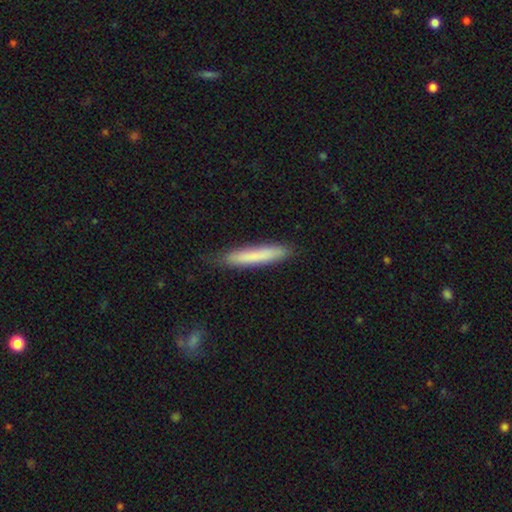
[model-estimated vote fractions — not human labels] The model was most divided on "smooth or featured": smooth: 78%, featured or disk: 16%, star or artifact: 6%. More confident: how rounded — cigar-shaped (94%); merging — none (82%).